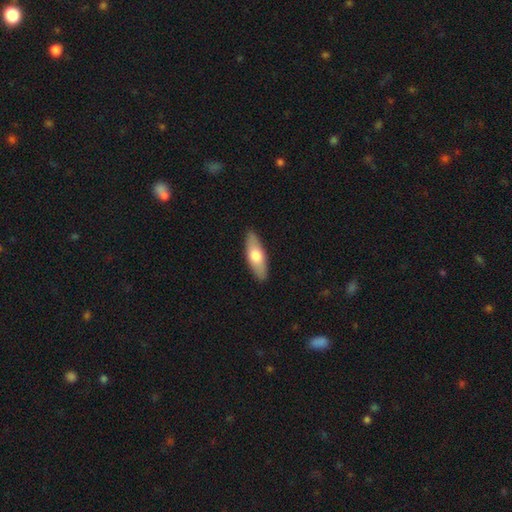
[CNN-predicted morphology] Overall: smooth (66%; featured or disk 29%). How rounded: in between (59%; cigar-shaped 39%). Merging: none (89%).